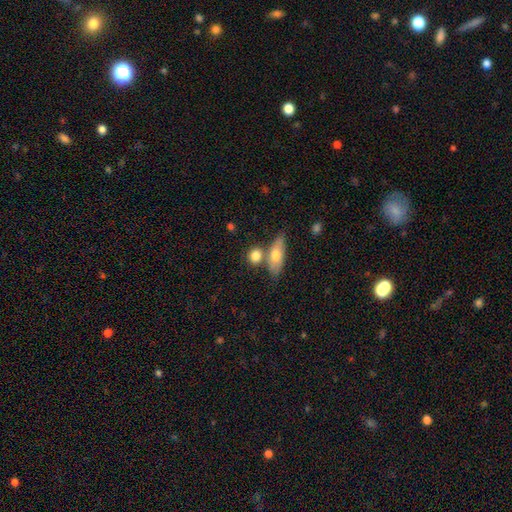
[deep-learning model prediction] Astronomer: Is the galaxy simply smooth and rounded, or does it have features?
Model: smooth — 79%.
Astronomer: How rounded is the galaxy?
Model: round — 50% (runner-up: in between, 41%).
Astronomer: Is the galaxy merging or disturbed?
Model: none — 52% (runner-up: merger, 32%).